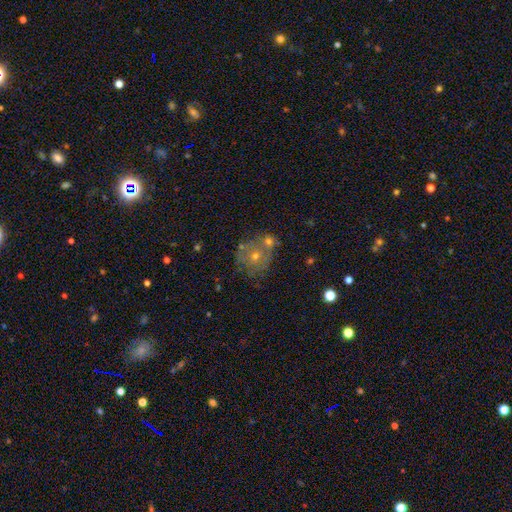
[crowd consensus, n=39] Smooth or featured? smooth (49%)
How rounded? round (84%)
Merging? merger (49%)